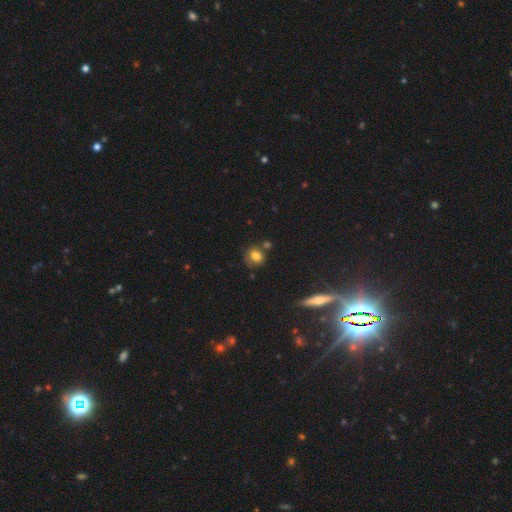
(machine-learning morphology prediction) smooth-or-featured: smooth: 78% | star or artifact: 12% | featured or disk: 9%
  how-rounded: round: 65% | in between: 34% | cigar-shaped: 2%
  merging: none: 63% | minor disturbance: 18% | merger: 13% | major disturbance: 5%